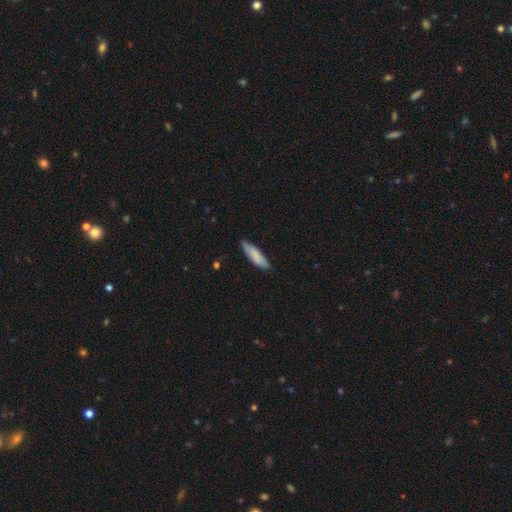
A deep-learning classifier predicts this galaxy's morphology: Smooth or featured: smooth — 83% (featured or disk — 11%)
How rounded: cigar-shaped — 62% (in between — 37%)
Merging: none — 80% (minor disturbance — 16%)